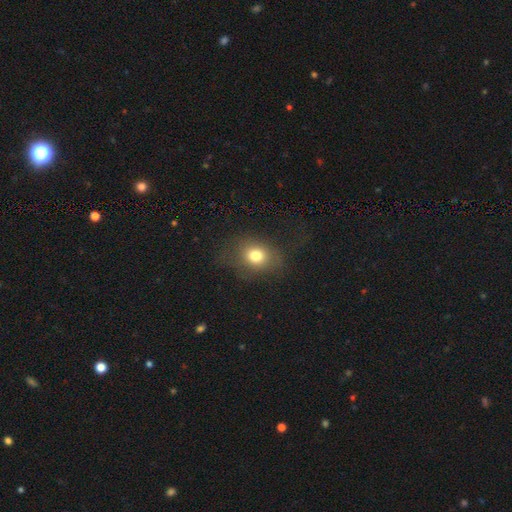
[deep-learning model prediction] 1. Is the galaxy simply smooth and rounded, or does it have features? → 77% smooth, 13% star or artifact, 11% featured or disk.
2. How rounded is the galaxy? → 57% round, 42% in between, 1% cigar-shaped.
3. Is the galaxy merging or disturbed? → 66% none, 19% minor disturbance, 14% major disturbance, 1% merger.